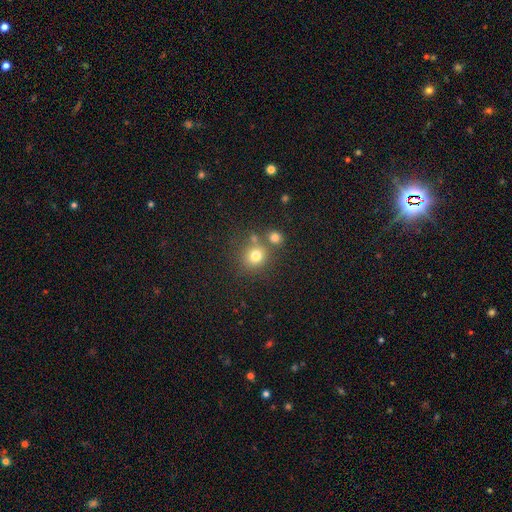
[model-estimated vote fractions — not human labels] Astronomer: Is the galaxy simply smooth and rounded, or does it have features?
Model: smooth — 76%.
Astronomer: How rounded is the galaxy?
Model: round — 84%.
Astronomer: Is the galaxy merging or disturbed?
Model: none — 65%.